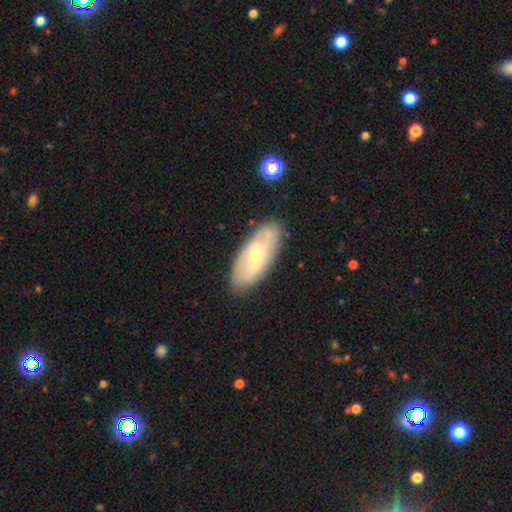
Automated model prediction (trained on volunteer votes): Overall: featured or disk (57%; smooth 36%). Edge-on disk: no (86%). Merging: none (82%).